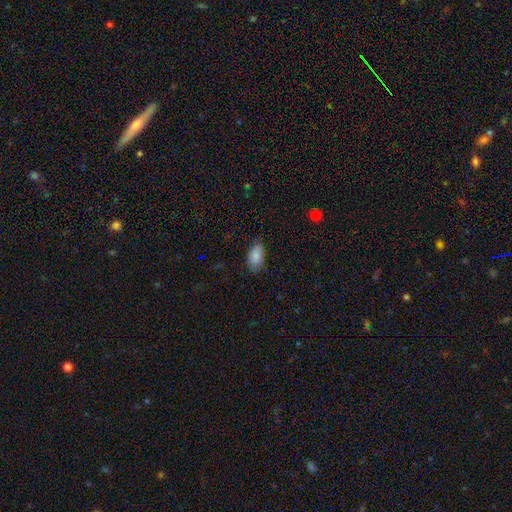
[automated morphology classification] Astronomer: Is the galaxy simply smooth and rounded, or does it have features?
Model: smooth — 85%.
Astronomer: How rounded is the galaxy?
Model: in between — 93%.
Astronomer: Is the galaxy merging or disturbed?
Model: none — 72%.